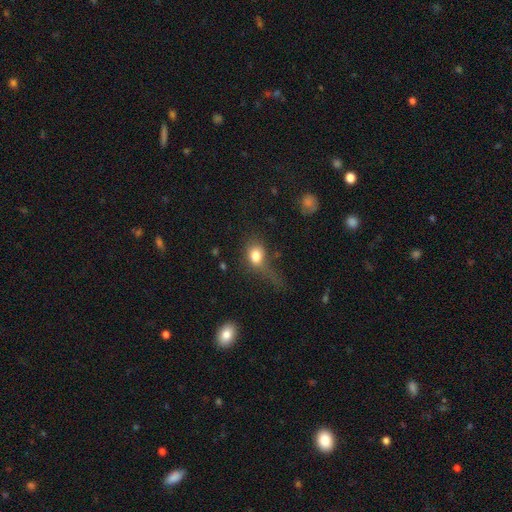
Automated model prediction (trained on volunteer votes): This is likely a smooth galaxy (77%). How rounded: possibly in between (50%). Merging: marginally major disturbance (40%).